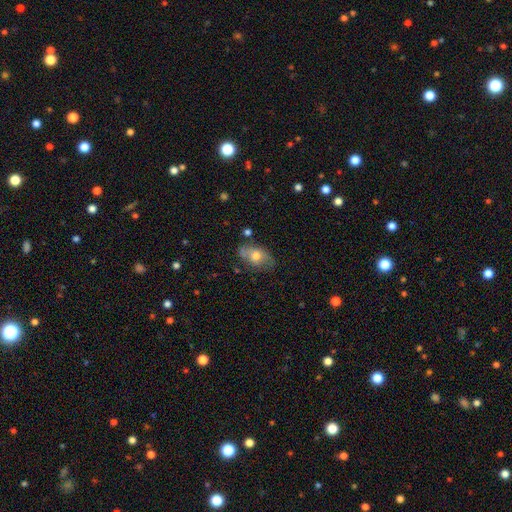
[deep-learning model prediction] Smooth or featured? Predicted: smooth (p=0.64). How rounded? Predicted: in between (p=0.85). Merging? Predicted: none (p=0.62).